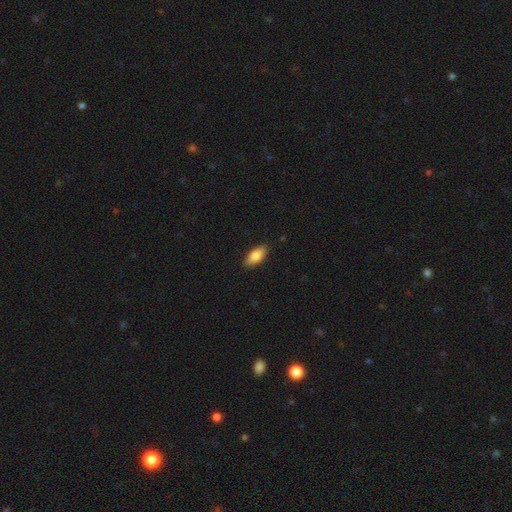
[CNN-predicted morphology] Overall: smooth (82%). How rounded: in between (85%). Merging: none (87%).